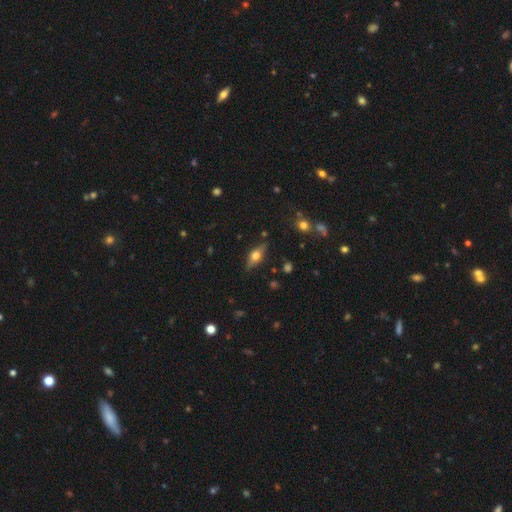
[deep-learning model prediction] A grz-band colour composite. It shows a featured or disk galaxy (58%) viewed edge-on (92%) with a rounded central bulge (93%). Merging: none (83%).